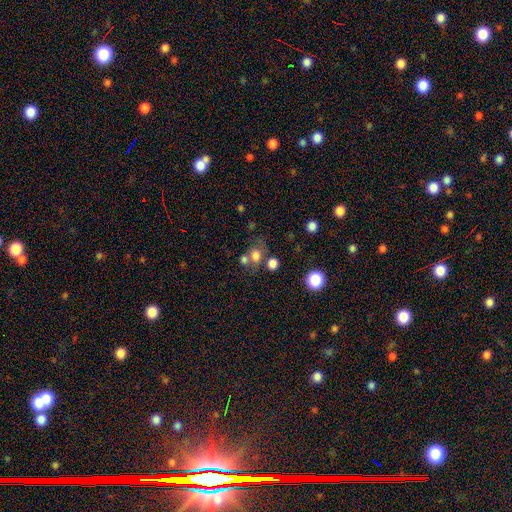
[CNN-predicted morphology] Smooth or featured?
  - smooth: 72% *
  - star or artifact: 16%
  - featured or disk: 12%
How rounded?
  - round: 66% *
  - in between: 33%
  - cigar-shaped: 1%
Merging?
  - none: 49% *
  - merger: 32%
  - minor disturbance: 12%
  - major disturbance: 7%